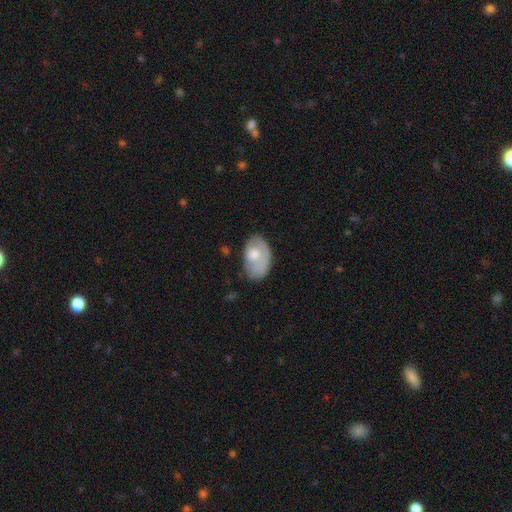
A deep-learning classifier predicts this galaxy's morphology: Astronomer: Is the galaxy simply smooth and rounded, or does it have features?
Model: smooth — 61%.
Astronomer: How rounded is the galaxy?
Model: in between — 90%.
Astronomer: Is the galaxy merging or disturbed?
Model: none — 45% (runner-up: minor disturbance, 33%).